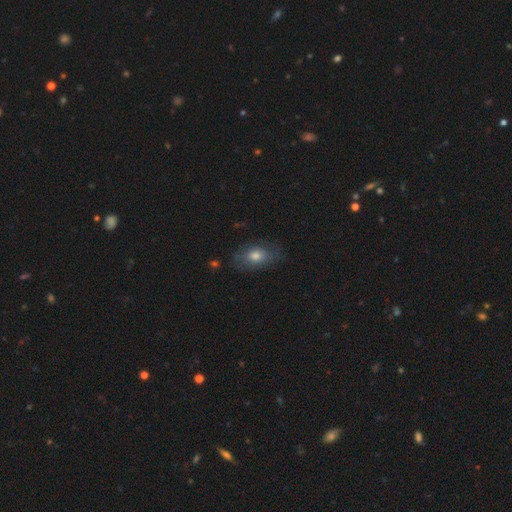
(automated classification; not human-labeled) Overall: smooth (67%). How rounded: in between (84%). Merging: none (73%).